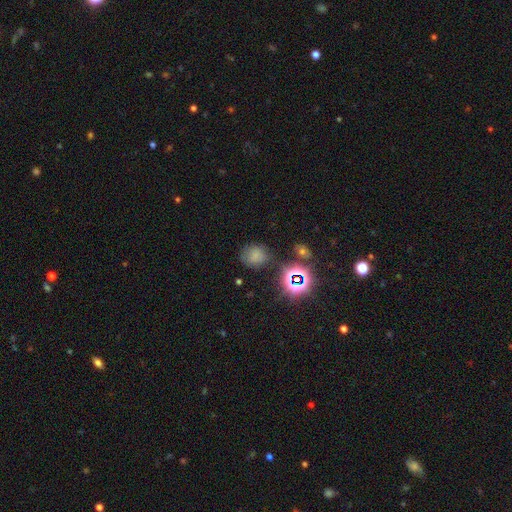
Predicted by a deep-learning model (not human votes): This is likely a smooth galaxy (63%). How rounded: likely round (66%). Merging: likely none (67%).